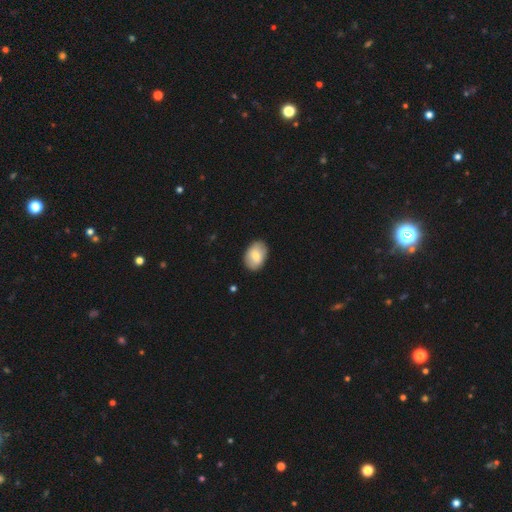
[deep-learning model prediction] This is likely a smooth galaxy (74%). How rounded: clearly in between (83%). Merging: clearly none (87%).